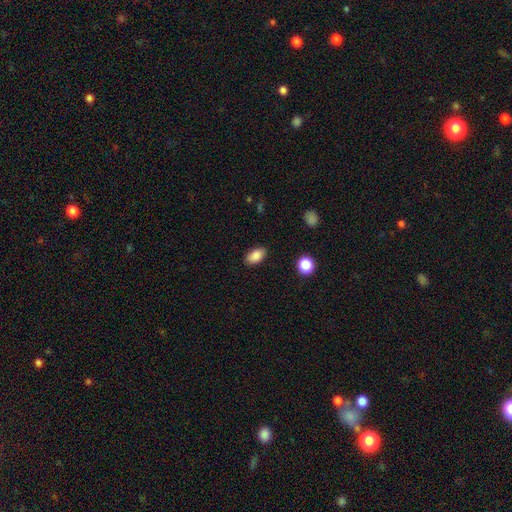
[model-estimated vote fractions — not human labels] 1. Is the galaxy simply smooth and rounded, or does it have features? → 87% smooth, 8% star or artifact, 5% featured or disk.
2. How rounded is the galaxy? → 91% in between, 7% round, 2% cigar-shaped.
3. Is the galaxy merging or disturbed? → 86% none, 11% minor disturbance, 3% major disturbance, 1% merger.